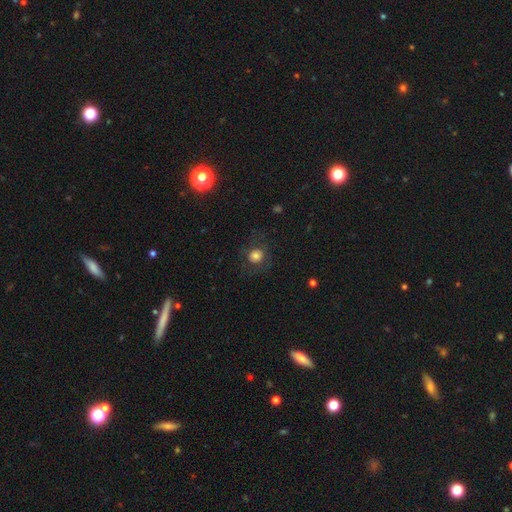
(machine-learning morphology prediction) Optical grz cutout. It shows a smooth galaxy with no disk features (71%) that is round (83%). Merging: none (72%).